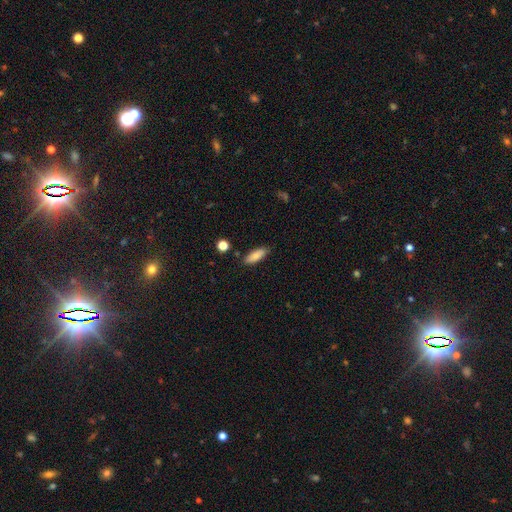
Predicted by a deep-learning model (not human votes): A smooth galaxy with no disk features (82%) that is in between round and cigar-shaped (67%).

Vote fractions:
- Smooth or featured? smooth: 82% / featured or disk: 11% / star or artifact: 7%
- How rounded? in between: 67% / cigar-shaped: 30% / round: 2%
- Merging? none: 84% / minor disturbance: 11% / merger: 2% / major disturbance: 2%